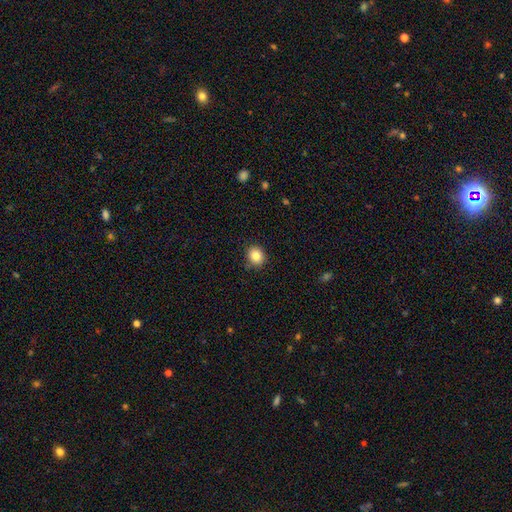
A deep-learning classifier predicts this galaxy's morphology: This is clearly a smooth galaxy (84%). How rounded: clearly round (80%). Merging: clearly none (86%).